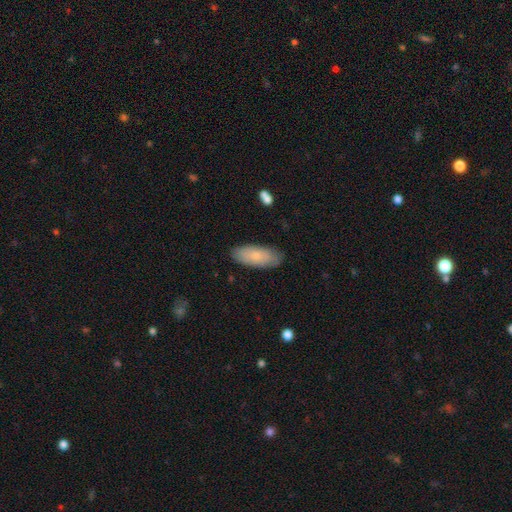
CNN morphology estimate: This is likely a smooth galaxy (77%). How rounded: clearly in between (82%). Merging: clearly none (84%).